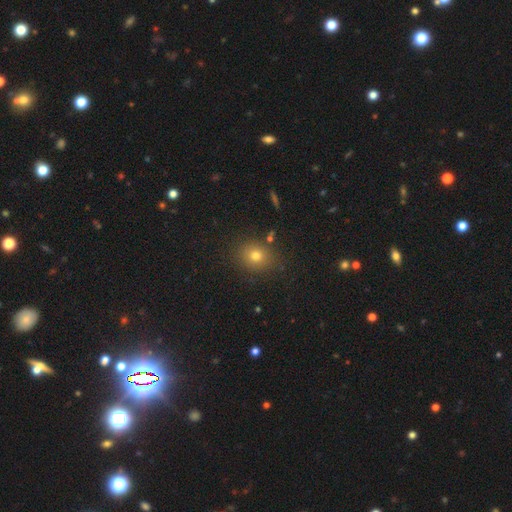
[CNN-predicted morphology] smooth-or-featured: smooth: 74% | star or artifact: 16% | featured or disk: 10%
  how-rounded: round: 72% | in between: 27% | cigar-shaped: 1%
  merging: none: 84% | minor disturbance: 9% | merger: 3% | major disturbance: 3%